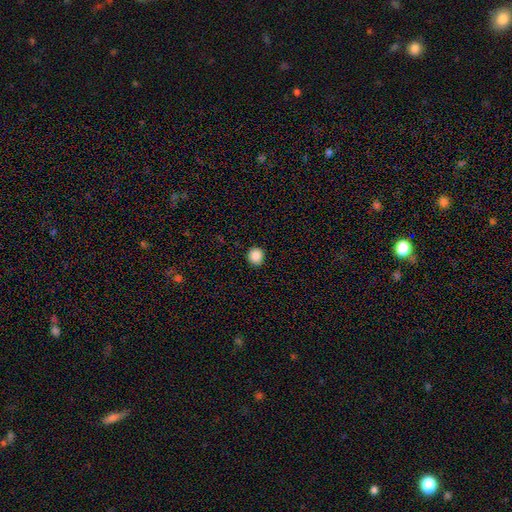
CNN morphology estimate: This appears to be a smooth galaxy with no disk features (88%) that is round (87%). Merging: none (92%).